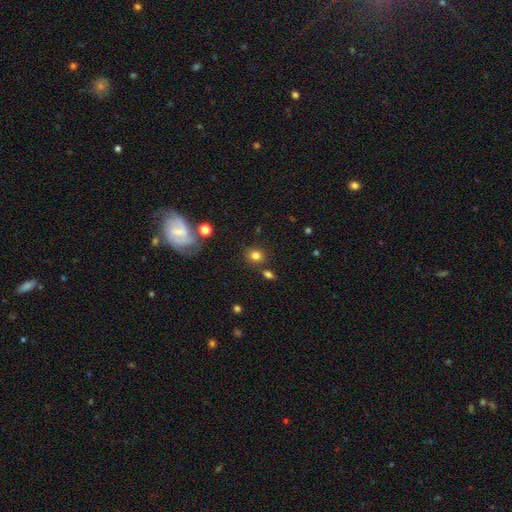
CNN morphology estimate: A smooth galaxy with no disk features (79%) that is round (77%). Merging: none (77%).